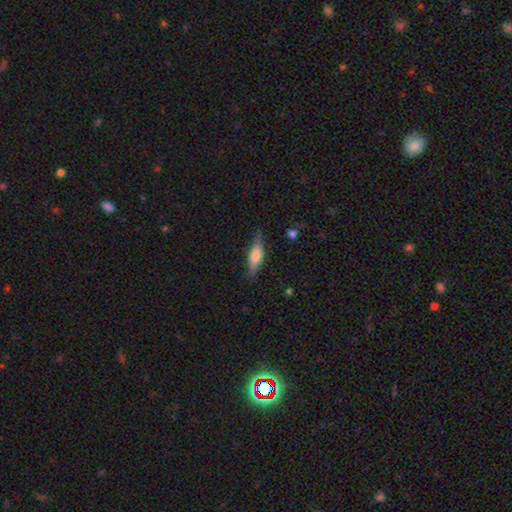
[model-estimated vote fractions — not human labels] The model was most divided on "how rounded": cigar-shaped: 56%, in between: 42%, round: 2%. More confident: merging — none (77%); smooth or featured — smooth (62%).